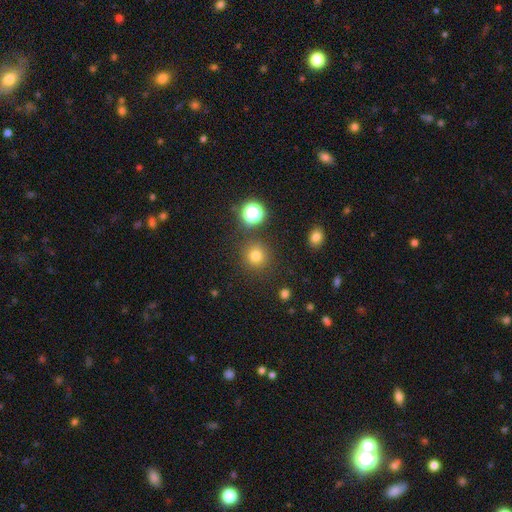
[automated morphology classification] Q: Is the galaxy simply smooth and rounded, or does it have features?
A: smooth — 77%.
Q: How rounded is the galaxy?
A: round — 94%.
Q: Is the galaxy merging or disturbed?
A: none — 86%.